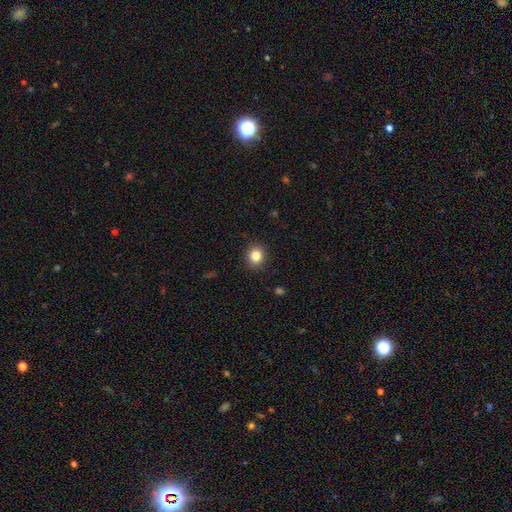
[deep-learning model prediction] This is clearly a smooth galaxy (84%). How rounded: clearly round (85%). Merging: clearly none (91%).